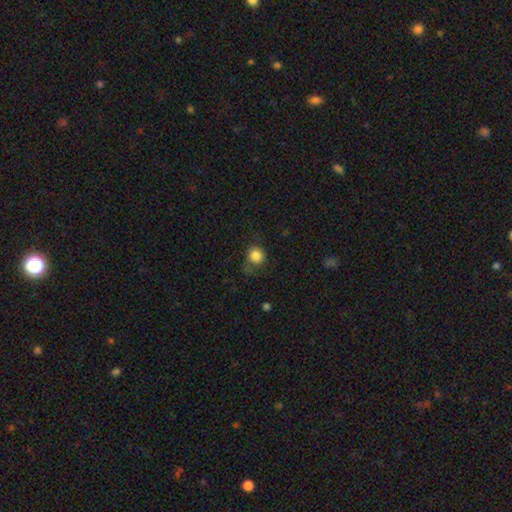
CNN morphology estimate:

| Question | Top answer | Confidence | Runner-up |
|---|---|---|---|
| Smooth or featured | smooth | 83% | star or artifact (10%) |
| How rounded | round | 86% | in between (13%) |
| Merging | none | 70% | minor disturbance (20%) |